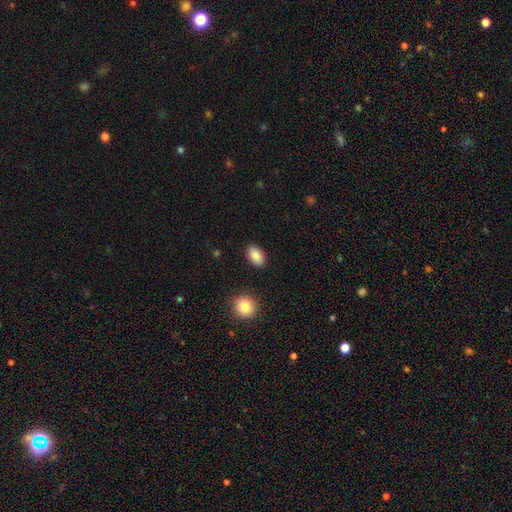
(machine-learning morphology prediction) This is clearly a smooth galaxy (87%). How rounded: clearly in between (91%). Merging: clearly none (88%).